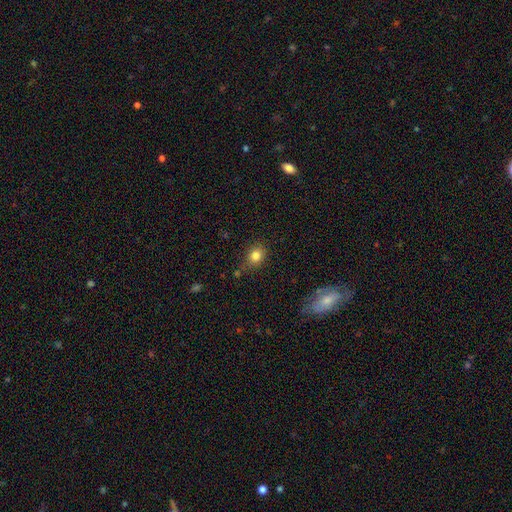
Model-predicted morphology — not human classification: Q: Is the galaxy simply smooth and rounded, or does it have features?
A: smooth — 82%.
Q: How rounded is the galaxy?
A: round — 62%.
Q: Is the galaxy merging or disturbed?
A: none — 74%.